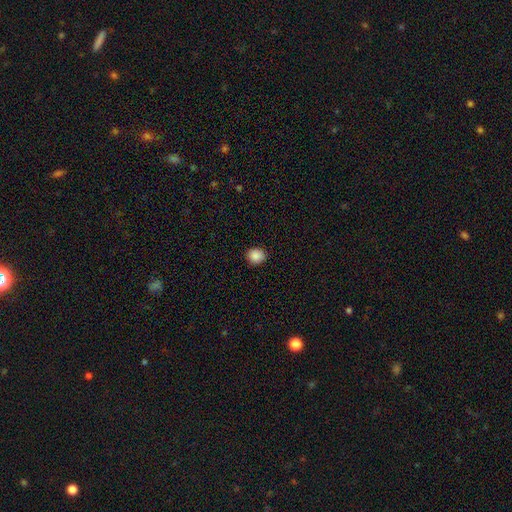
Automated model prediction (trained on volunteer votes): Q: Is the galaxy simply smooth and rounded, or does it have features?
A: smooth — 88%.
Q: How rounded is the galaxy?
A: round — 79%.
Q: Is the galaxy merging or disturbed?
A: none — 90%.